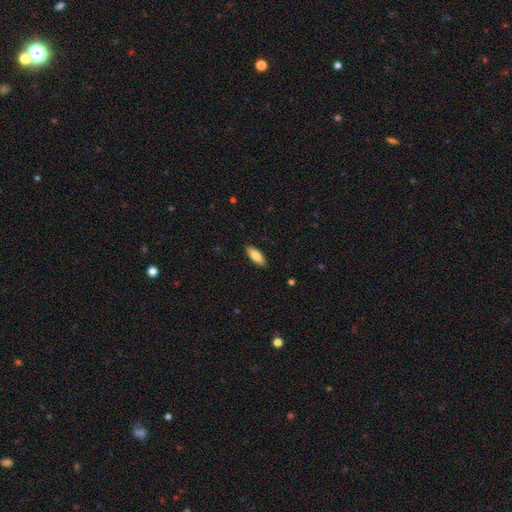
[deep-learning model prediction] The model was most divided on "how rounded": in between: 70%, cigar-shaped: 28%, round: 2%. More confident: merging — none (89%); smooth or featured — smooth (84%).